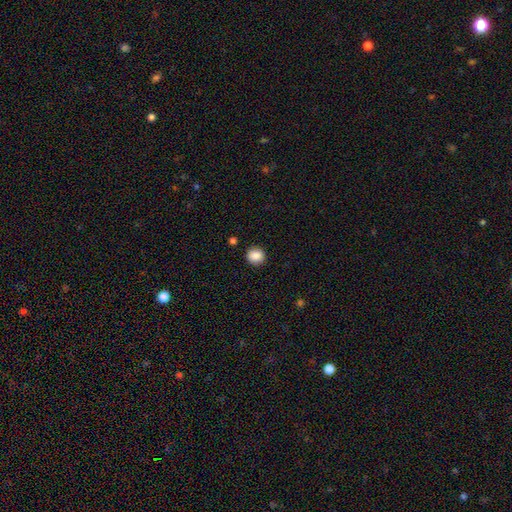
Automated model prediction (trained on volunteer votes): A smooth galaxy with no disk features (87%) that is round (89%). Merging: none (91%).